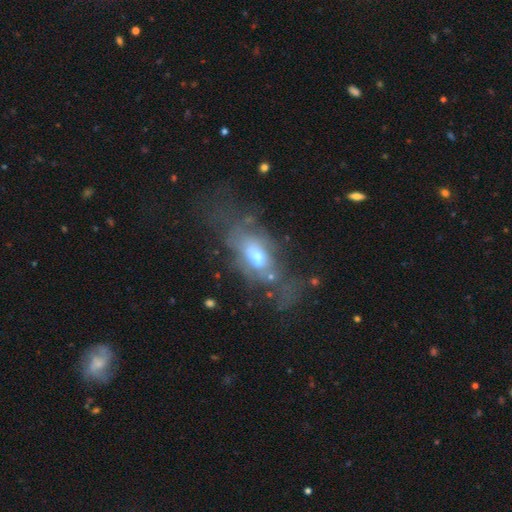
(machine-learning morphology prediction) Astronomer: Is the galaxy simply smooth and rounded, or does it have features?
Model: featured or disk — 46% (runner-up: smooth, 43%).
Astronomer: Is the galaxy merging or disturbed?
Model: major disturbance — 43% (runner-up: none, 29%).